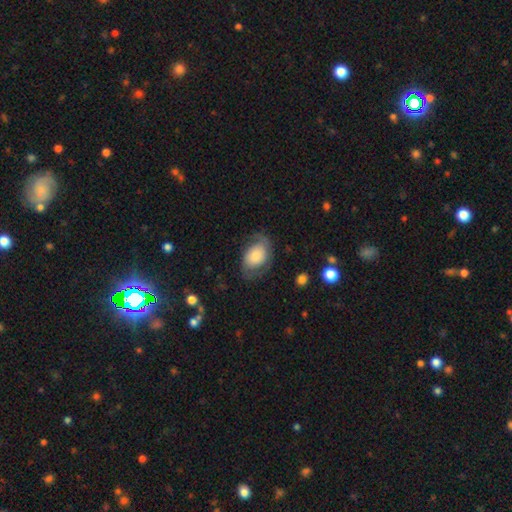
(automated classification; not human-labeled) Q: Smooth or featured?
A: smooth (53%); runner-up: featured or disk (39%)
Q: How rounded?
A: in between (80%); runner-up: round (19%)
Q: Merging?
A: none (65%); runner-up: minor disturbance (21%)